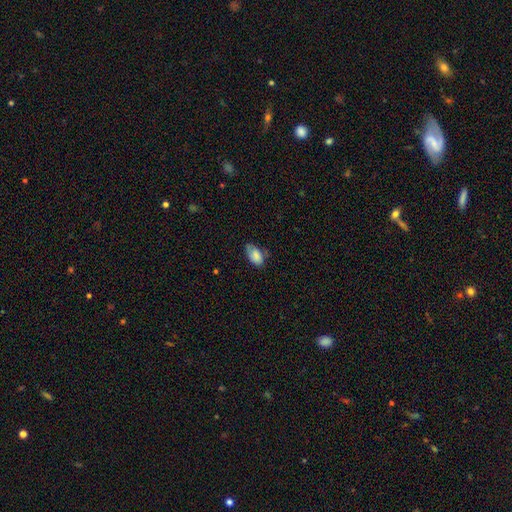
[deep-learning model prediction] Morphology: type=smooth (81%); roundness=in between (93%); merging=none (53%).